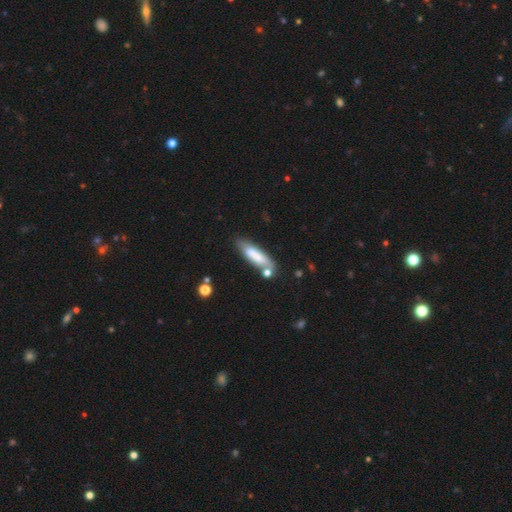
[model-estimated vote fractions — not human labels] Overall: smooth (66%; featured or disk 27%). How rounded: cigar-shaped (66%; in between 32%). Merging: none (61%).